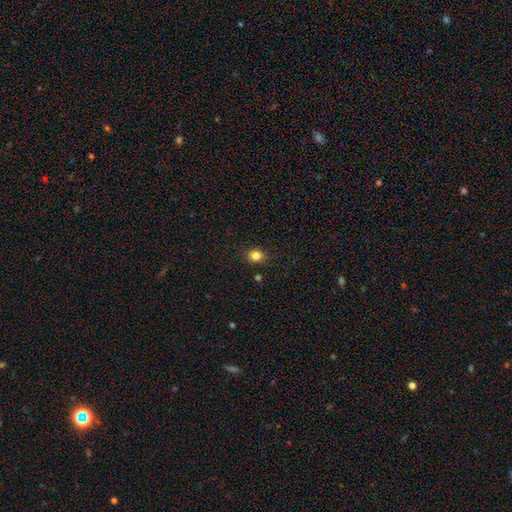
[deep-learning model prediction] smooth_or_featured: smooth (p=0.82) [alt: star or artifact p=0.12]
how_rounded: round (p=0.62) [alt: in between p=0.37]
merging: none (p=0.87) [alt: minor disturbance p=0.09]